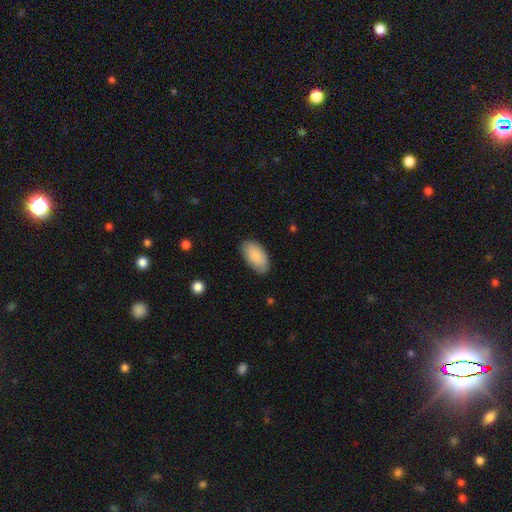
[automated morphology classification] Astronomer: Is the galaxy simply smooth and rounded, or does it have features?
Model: smooth — 88%.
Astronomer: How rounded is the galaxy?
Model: in between — 95%.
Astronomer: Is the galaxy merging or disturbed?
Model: none — 85%.